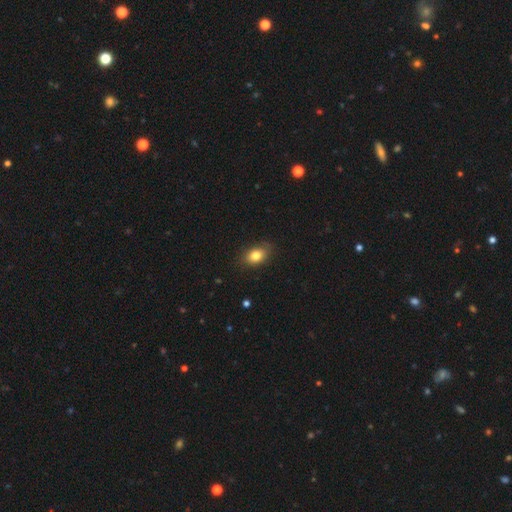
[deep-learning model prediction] Smooth or featured? smooth (82%)
How rounded? in between (81%)
Merging? none (82%)